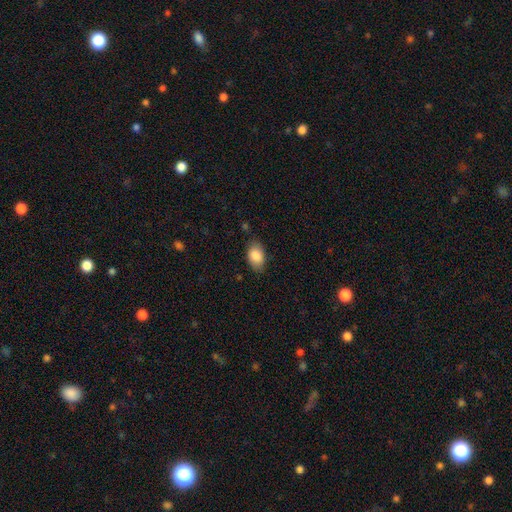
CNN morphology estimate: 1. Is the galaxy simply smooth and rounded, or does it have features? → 85% smooth, 9% featured or disk, 7% star or artifact.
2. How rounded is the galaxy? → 91% in between, 8% round, 1% cigar-shaped.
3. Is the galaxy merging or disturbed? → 80% none, 15% minor disturbance, 3% major disturbance, 1% merger.